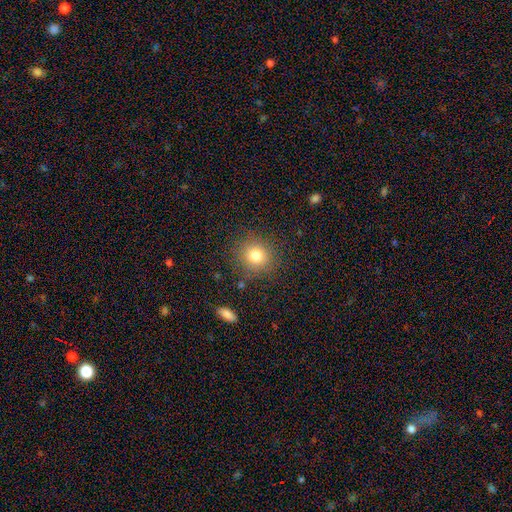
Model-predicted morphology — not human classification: smooth-or-featured: smooth: 79% | star or artifact: 13% | featured or disk: 8%
  how-rounded: round: 87% | in between: 12% | cigar-shaped: 1%
  merging: none: 85% | minor disturbance: 9% | major disturbance: 4% | merger: 2%